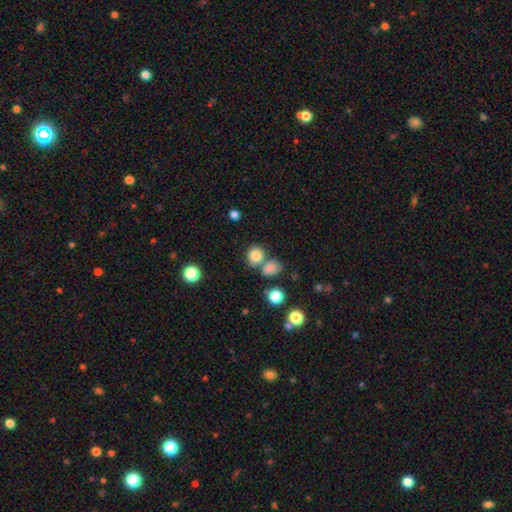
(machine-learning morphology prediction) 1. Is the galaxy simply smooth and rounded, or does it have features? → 82% smooth, 11% star or artifact, 6% featured or disk.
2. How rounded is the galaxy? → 72% round, 27% in between, 1% cigar-shaped.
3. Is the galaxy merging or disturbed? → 60% none, 26% merger, 10% minor disturbance, 4% major disturbance.